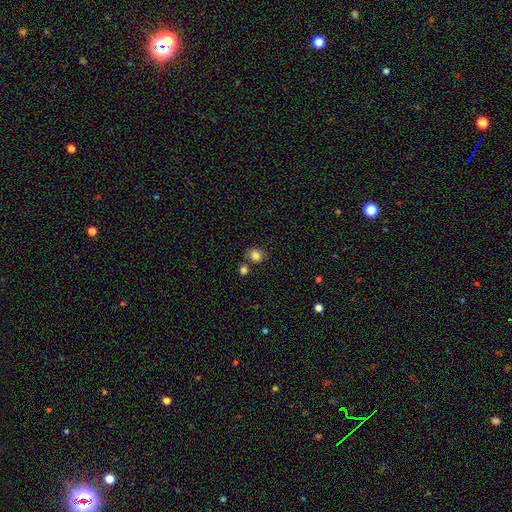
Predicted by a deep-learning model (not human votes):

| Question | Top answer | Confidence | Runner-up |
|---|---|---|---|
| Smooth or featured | smooth | 83% | star or artifact (11%) |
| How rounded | round | 75% | in between (24%) |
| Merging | none | 75% | minor disturbance (11%) |